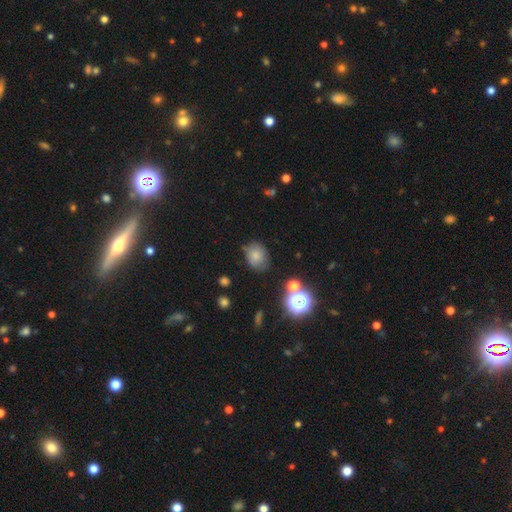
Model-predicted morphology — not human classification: smooth 74%, star or artifact 14%, featured or disk 12%. Down the decision tree: how rounded — round (50%); merging — none (68%).